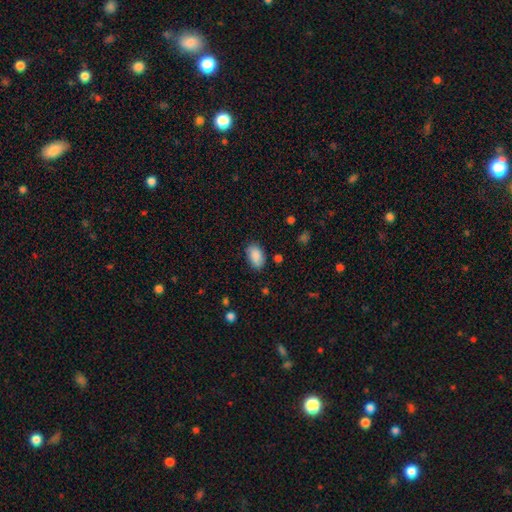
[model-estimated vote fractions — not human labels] Q: Smooth or featured?
A: smooth (88%); runner-up: star or artifact (7%)
Q: How rounded?
A: in between (92%); runner-up: round (7%)
Q: Merging?
A: none (80%); runner-up: minor disturbance (15%)